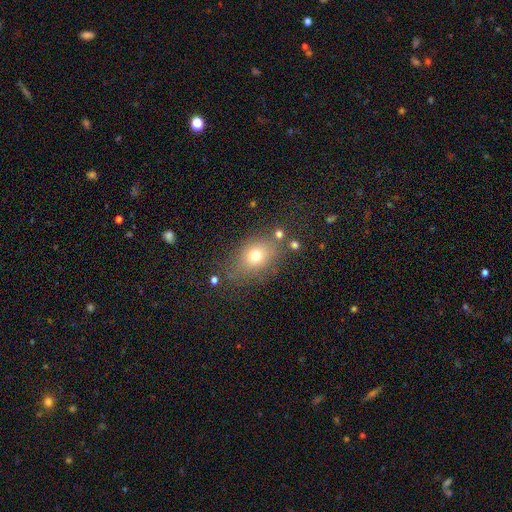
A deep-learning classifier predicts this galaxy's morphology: The model was most divided on "how rounded": in between: 59%, round: 39%, cigar-shaped: 2%. More confident: smooth or featured — smooth (72%); merging — none (67%).